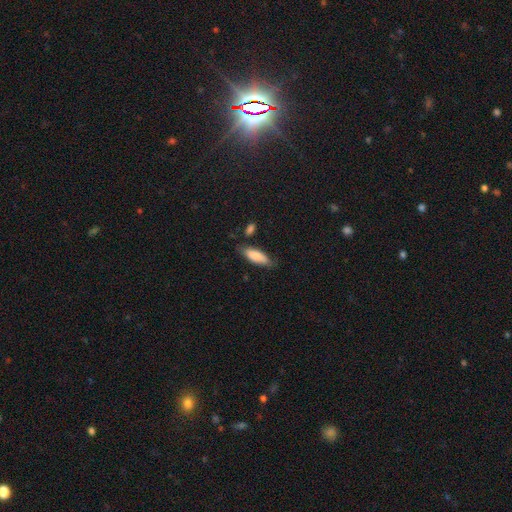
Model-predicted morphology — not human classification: Smooth or featured? smooth (84%)
How rounded? in between (65%)
Merging? none (69%)